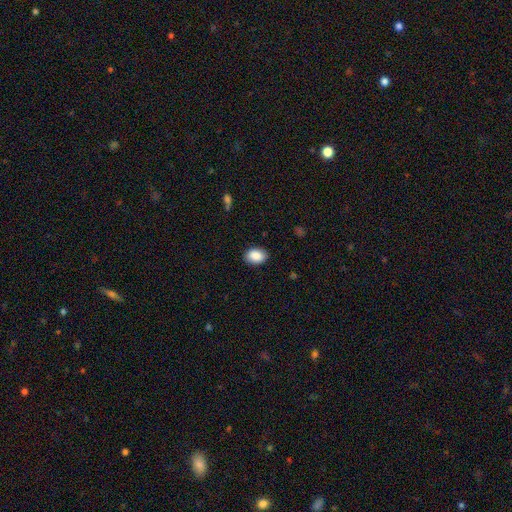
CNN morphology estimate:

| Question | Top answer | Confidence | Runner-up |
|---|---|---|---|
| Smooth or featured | smooth | 89% | star or artifact (7%) |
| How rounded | in between | 80% | round (19%) |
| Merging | none | 87% | minor disturbance (10%) |